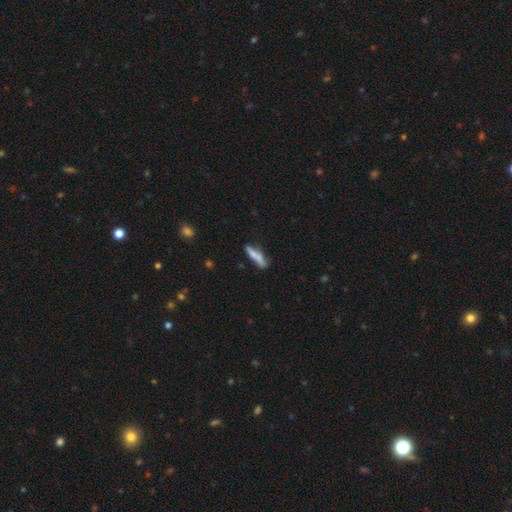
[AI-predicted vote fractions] This is likely a smooth galaxy (72%). How rounded: clearly cigar-shaped (83%). Merging: likely none (69%).